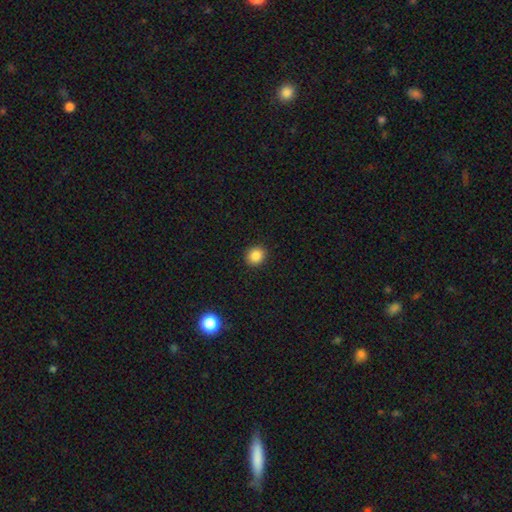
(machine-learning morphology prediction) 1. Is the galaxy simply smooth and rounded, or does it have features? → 86% smooth, 10% star or artifact, 4% featured or disk.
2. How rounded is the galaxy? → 80% round, 19% in between, 1% cigar-shaped.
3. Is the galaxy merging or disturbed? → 92% none, 6% minor disturbance, 2% major disturbance, 1% merger.